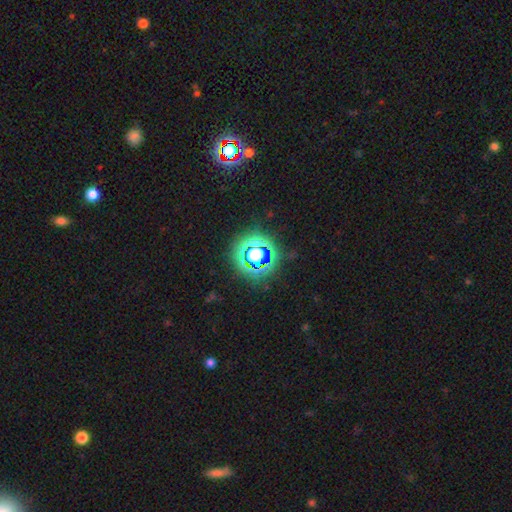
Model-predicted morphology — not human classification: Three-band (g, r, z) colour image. It shows a star or artifact, not a galaxy (78%).